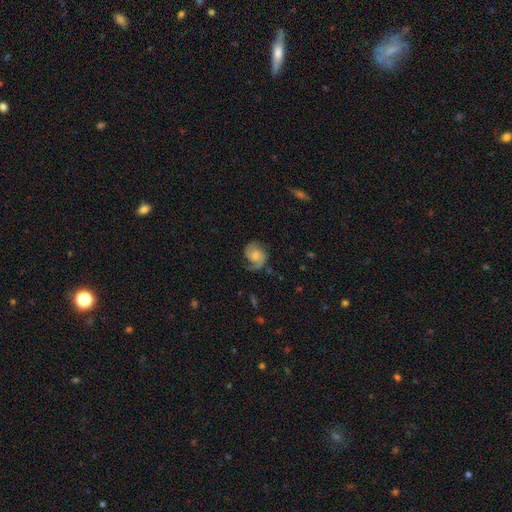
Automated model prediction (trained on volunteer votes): Smooth or featured? featured or disk (66%)
Edge-on disk? no (97%)
Bar? no (63%)
Spiral arms? yes (92%)
Spiral winding? medium (45%)
Spiral arm count? 2 (63%)
Bulge size? moderate (39%)
Merging? none (58%)